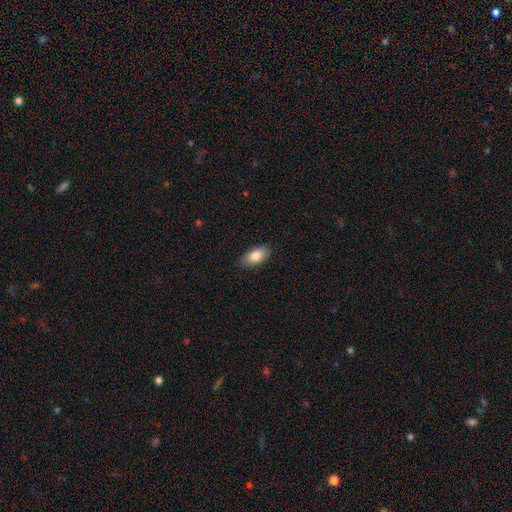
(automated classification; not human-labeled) Q: Smooth or featured?
A: smooth (84%); runner-up: featured or disk (9%)
Q: How rounded?
A: in between (93%); runner-up: round (4%)
Q: Merging?
A: none (86%); runner-up: minor disturbance (11%)